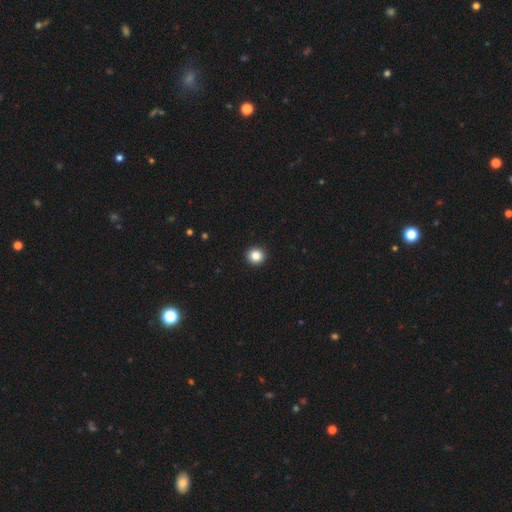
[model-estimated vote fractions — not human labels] Q: Smooth or featured?
A: smooth (86%); runner-up: star or artifact (10%)
Q: How rounded?
A: round (91%); runner-up: in between (8%)
Q: Merging?
A: none (94%); runner-up: minor disturbance (4%)